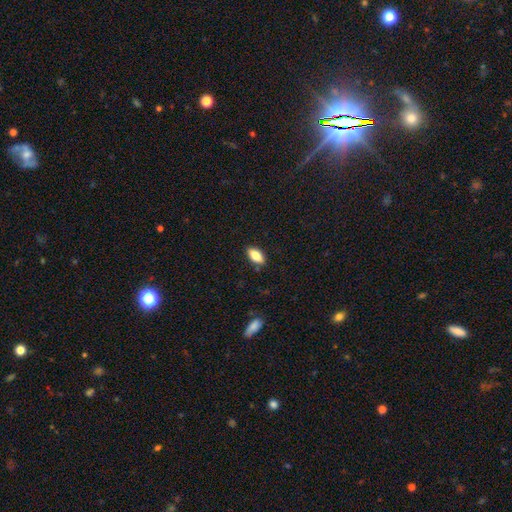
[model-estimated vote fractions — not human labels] A smooth galaxy with no disk features (78%) that is in between round and cigar-shaped (88%).

Vote fractions:
- Smooth or featured? smooth: 78% / featured or disk: 14% / star or artifact: 7%
- How rounded? in between: 88% / cigar-shaped: 10% / round: 3%
- Merging? none: 87% / minor disturbance: 10% / major disturbance: 2% / merger: 1%